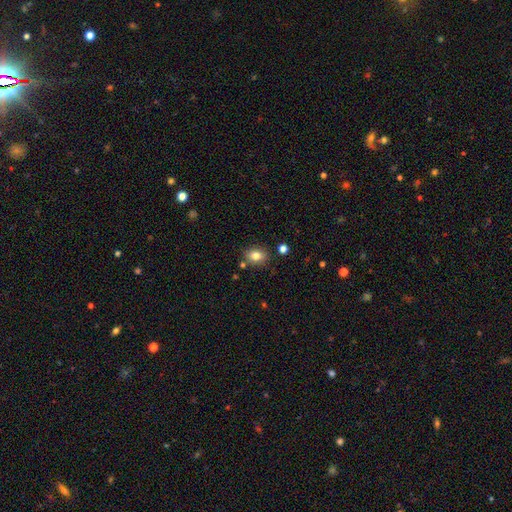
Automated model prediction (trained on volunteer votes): Smooth or featured?
  - smooth: 81% *
  - star or artifact: 10%
  - featured or disk: 9%
How rounded?
  - in between: 66% *
  - round: 33%
  - cigar-shaped: 1%
Merging?
  - none: 81% *
  - minor disturbance: 12%
  - merger: 5%
  - major disturbance: 3%